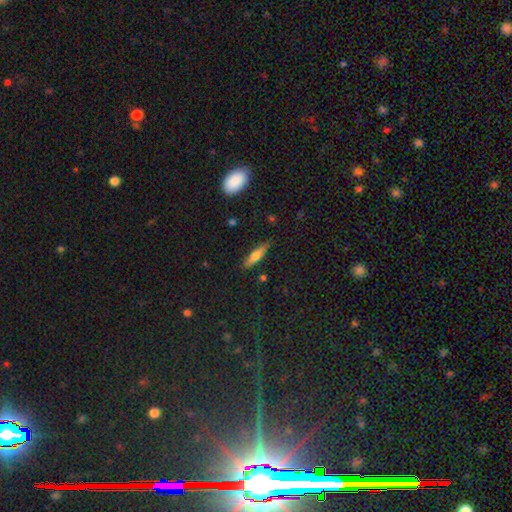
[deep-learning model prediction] smooth_or_featured: smooth (p=0.64) [alt: featured or disk p=0.28]
how_rounded: cigar-shaped (p=0.71) [alt: in between p=0.27]
merging: none (p=0.81) [alt: minor disturbance p=0.14]